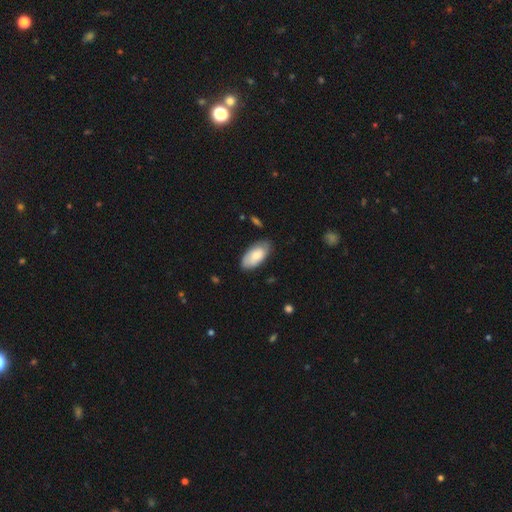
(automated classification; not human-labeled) The model was most divided on "merging": none: 76%, minor disturbance: 19%, major disturbance: 3%, merger: 1%. More confident: how rounded — in between (94%); smooth or featured — smooth (77%).